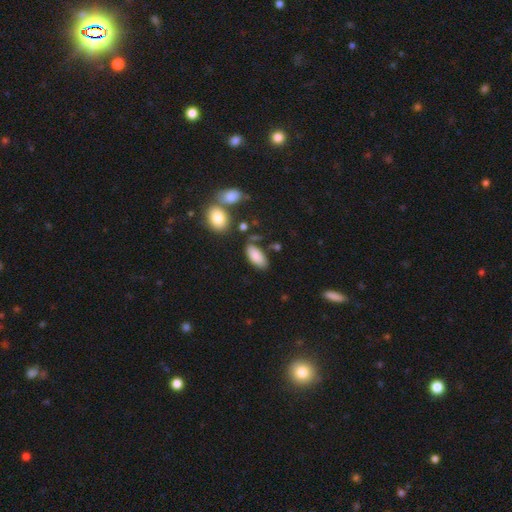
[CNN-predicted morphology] The model was most divided on "merging": none: 71%, minor disturbance: 18%, merger: 6%, major disturbance: 5%. More confident: how rounded — in between (91%); smooth or featured — smooth (86%).